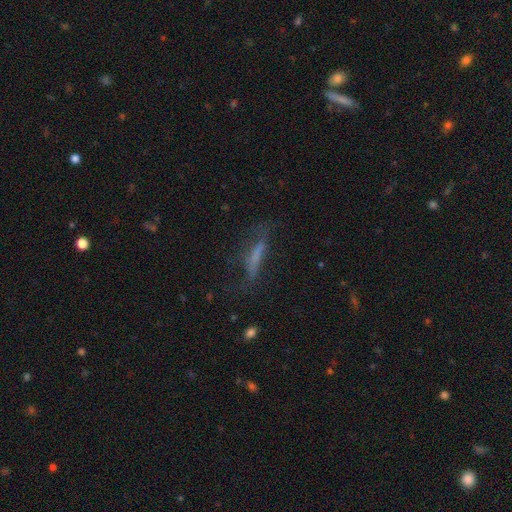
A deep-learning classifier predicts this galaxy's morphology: Smooth or featured: smooth — 50% (featured or disk — 35%)
How rounded: cigar-shaped — 83% (in between — 15%)
Merging: none — 54% (minor disturbance — 23%)